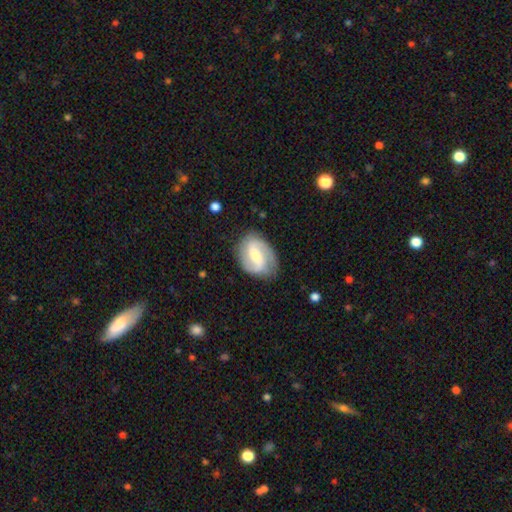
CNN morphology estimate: Smooth or featured: featured or disk — 79% (smooth — 16%)
Edge-on disk: no — 97% (yes — 3%)
Bar: weak — 47% (strong — 33%)
Spiral arms: yes — 94% (no — 6%)
Spiral winding: medium — 47% (loose — 29%)
Spiral arm count: 2 — 88% (can't tell — 5%)
Bulge size: moderate — 53% (small — 37%)
Merging: none — 80% (minor disturbance — 14%)